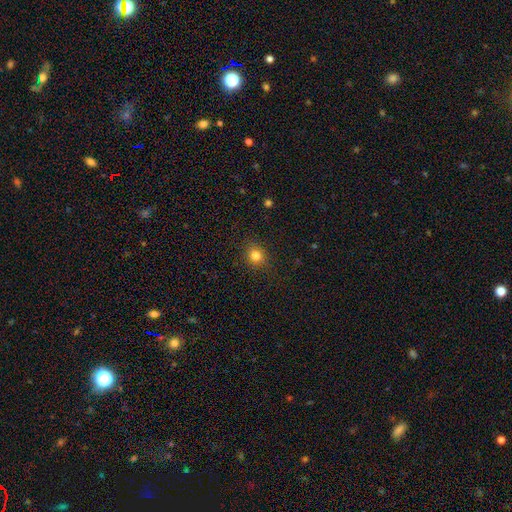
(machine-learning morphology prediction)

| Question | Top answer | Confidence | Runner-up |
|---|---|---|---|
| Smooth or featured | smooth | 81% | star or artifact (13%) |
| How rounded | round | 76% | in between (23%) |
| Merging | none | 88% | minor disturbance (9%) |